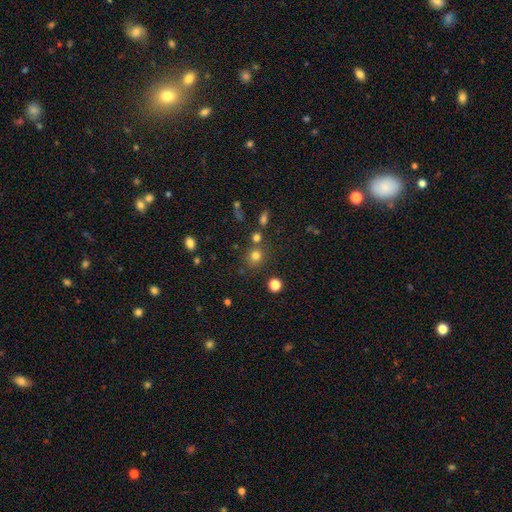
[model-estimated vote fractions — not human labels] Smooth or featured? Predicted: smooth (p=0.76). How rounded? Predicted: round (p=0.83). Merging? Predicted: none (p=0.75).